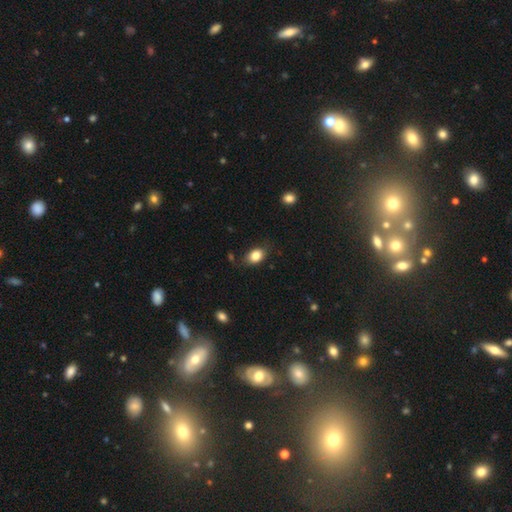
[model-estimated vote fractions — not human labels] This appears to be a smooth galaxy with no disk features (83%) that is in between round and cigar-shaped (77%). Merging: none (77%).